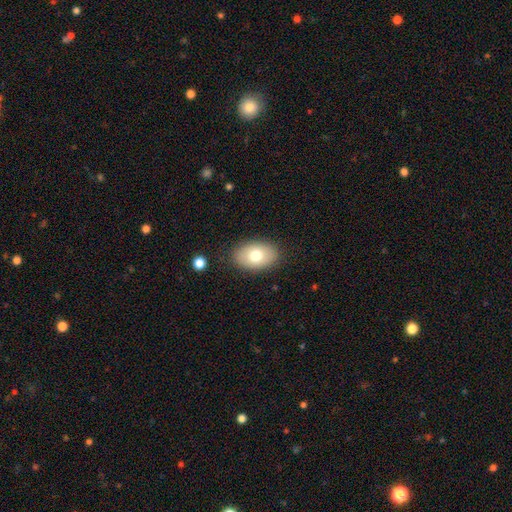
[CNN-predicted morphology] smooth 75%, featured or disk 18%, star or artifact 7%. Down the decision tree: how rounded — in between (88%); merging — none (86%).